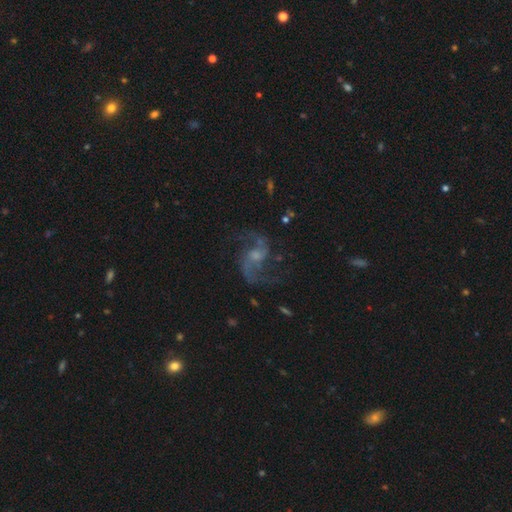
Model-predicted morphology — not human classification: This appears to be a featured or disk galaxy (88%) with no bar (47%), 2 (92%) loose (64%) spiral arms (96%) and a small central bulge (45%). Merging: none (73%).